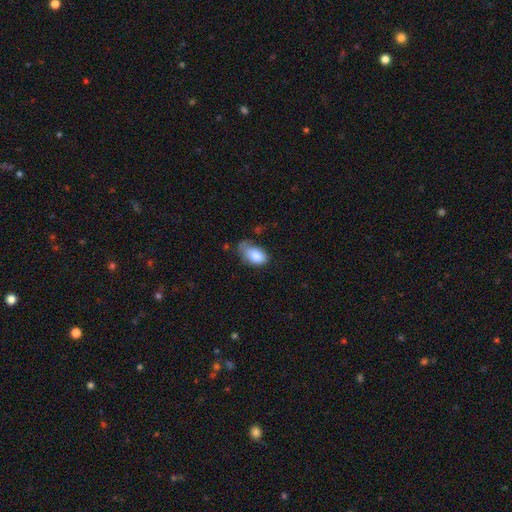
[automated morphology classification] This appears to be a smooth galaxy with no disk features (83%) that is in between round and cigar-shaped (92%). Merging: minor disturbance (42%).